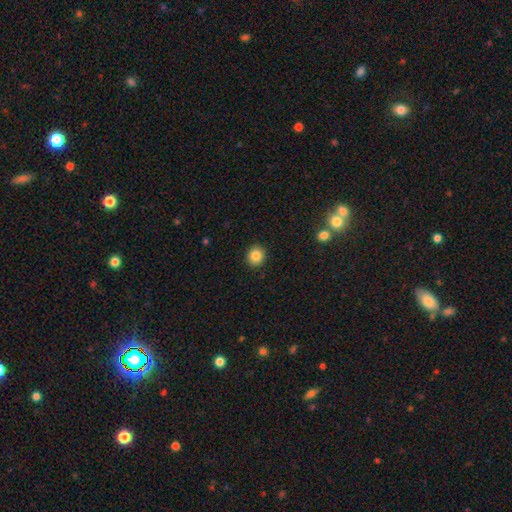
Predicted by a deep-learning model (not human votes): Morphology: type=smooth (85%); roundness=round (84%); merging=none (92%).